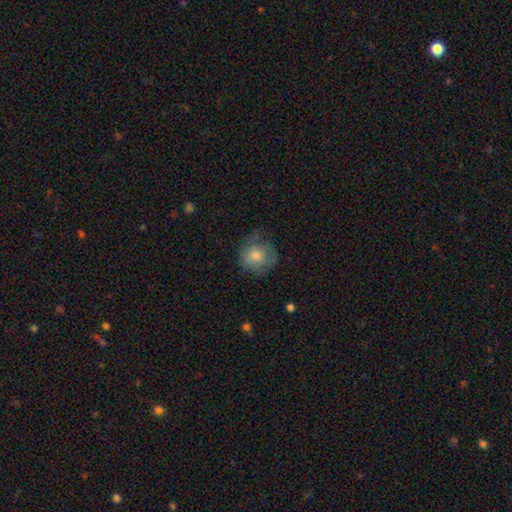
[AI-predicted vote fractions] Smooth or featured? smooth (71%)
How rounded? round (89%)
Merging? none (64%)